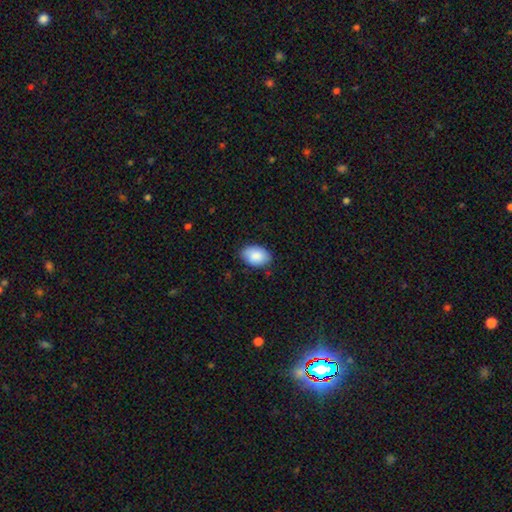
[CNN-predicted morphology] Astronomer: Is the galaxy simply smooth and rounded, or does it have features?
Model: smooth — 87%.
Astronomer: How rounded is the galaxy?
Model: in between — 88%.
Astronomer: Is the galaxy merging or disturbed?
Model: none — 80%.